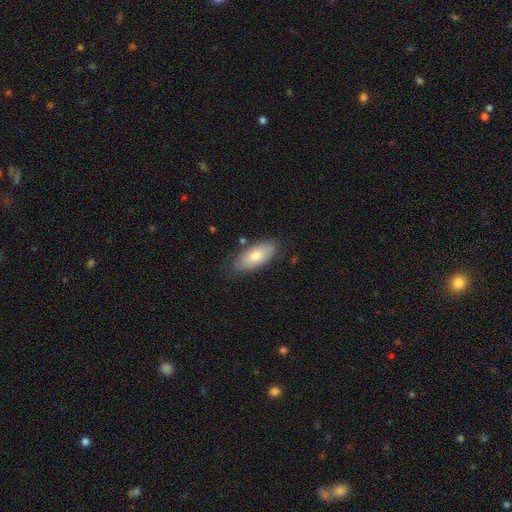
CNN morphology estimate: Smooth or featured? Predicted: smooth (p=0.74). How rounded? Predicted: in between (p=0.86). Merging? Predicted: none (p=0.80).